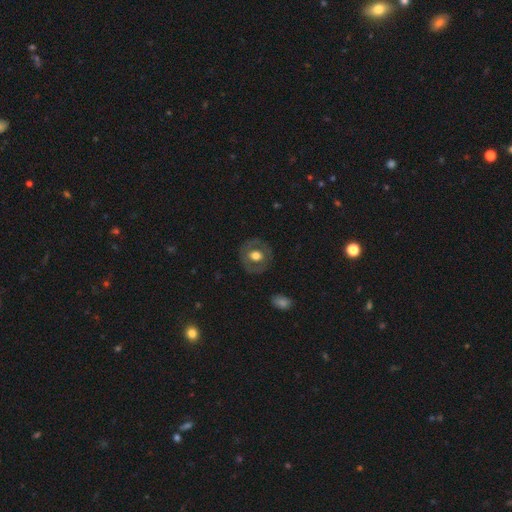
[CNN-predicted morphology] type=smooth (50%); roundness=round (81%); merging=none (84%).